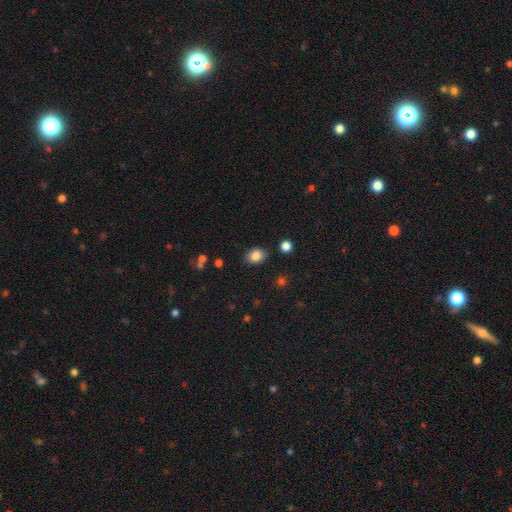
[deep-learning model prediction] Morphology: type=smooth (84%); roundness=in between (66%); merging=none (81%).